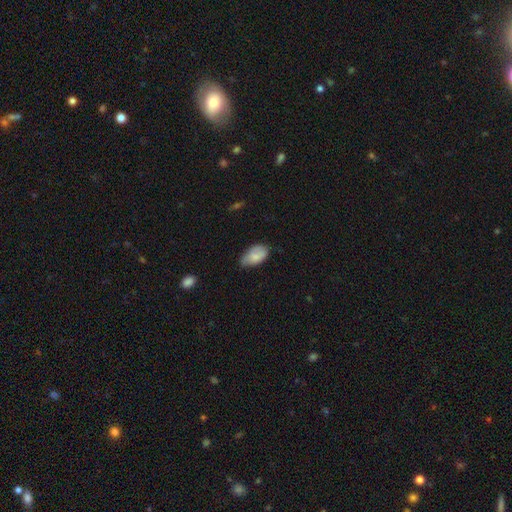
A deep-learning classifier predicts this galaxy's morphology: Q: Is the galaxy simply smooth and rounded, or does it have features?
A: smooth — 78%.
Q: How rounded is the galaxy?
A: in between — 94%.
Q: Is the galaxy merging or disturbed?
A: none — 47%.